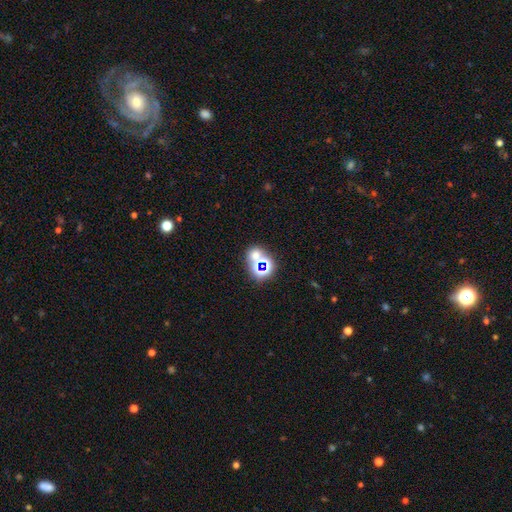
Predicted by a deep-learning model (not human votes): smooth-or-featured: star or artifact: 46% | smooth: 43% | featured or disk: 11%